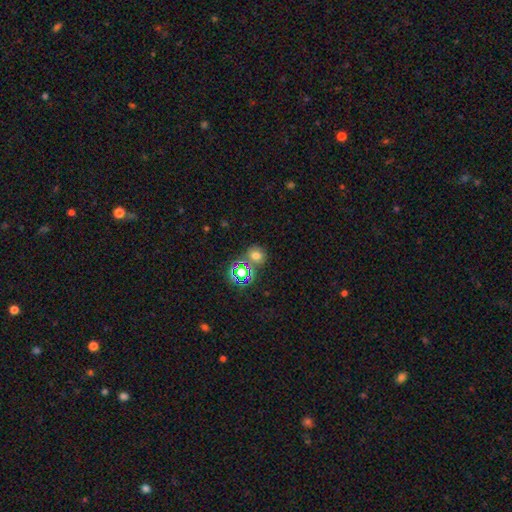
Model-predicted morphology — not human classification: smooth-or-featured: smooth: 61% | star or artifact: 30% | featured or disk: 9%
  how-rounded: round: 79% | in between: 20% | cigar-shaped: 1%
  merging: none: 71% | merger: 15% | minor disturbance: 10% | major disturbance: 4%